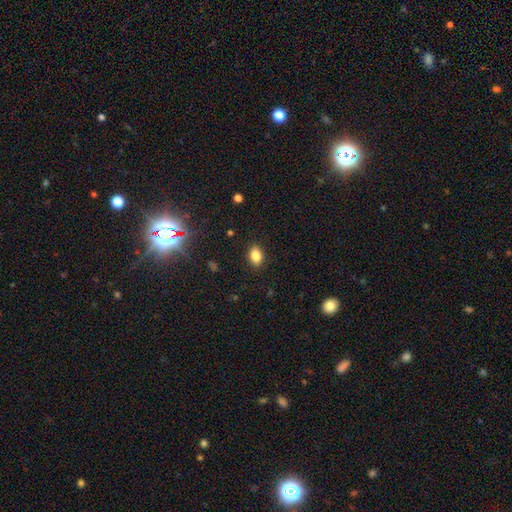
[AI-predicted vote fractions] smooth_or_featured: smooth (p=0.83) [alt: star or artifact p=0.10]
how_rounded: in between (p=0.83) [alt: round p=0.16]
merging: none (p=0.88) [alt: minor disturbance p=0.09]